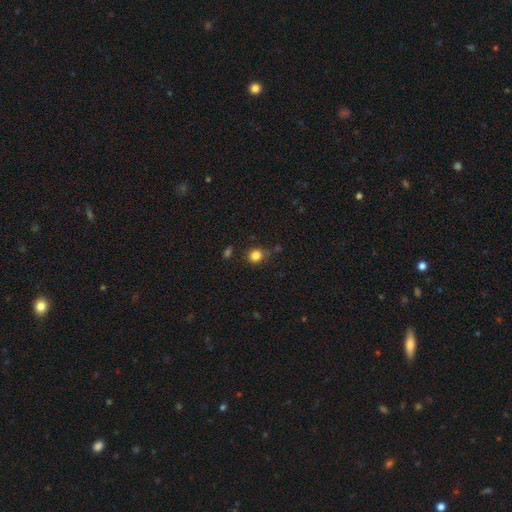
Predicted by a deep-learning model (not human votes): Smooth or featured?
  - smooth: 83% *
  - star or artifact: 12%
  - featured or disk: 5%
How rounded?
  - round: 83% *
  - in between: 16%
  - cigar-shaped: 1%
Merging?
  - none: 75% *
  - minor disturbance: 16%
  - merger: 4%
  - major disturbance: 4%